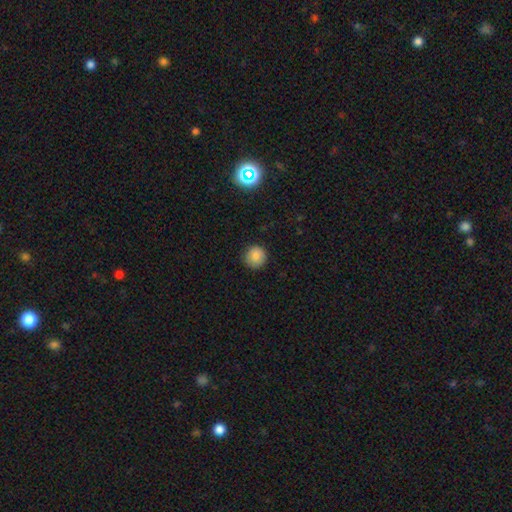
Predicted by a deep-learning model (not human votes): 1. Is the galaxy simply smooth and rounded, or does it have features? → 85% smooth, 10% star or artifact, 5% featured or disk.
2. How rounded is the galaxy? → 94% round, 5% in between, 1% cigar-shaped.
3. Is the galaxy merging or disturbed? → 90% none, 8% minor disturbance, 2% major disturbance, 1% merger.